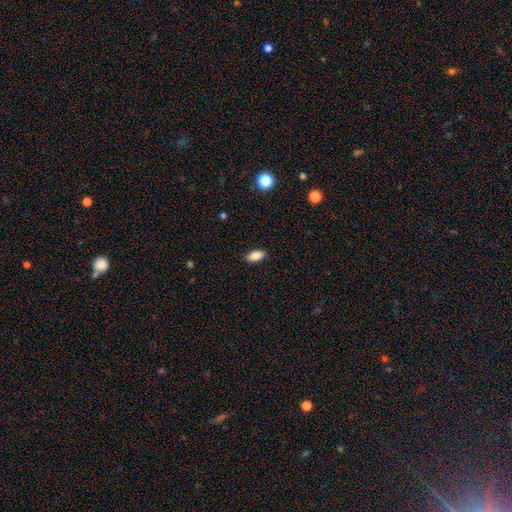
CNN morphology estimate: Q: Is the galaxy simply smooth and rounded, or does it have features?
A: smooth — 87%.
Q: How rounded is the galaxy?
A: in between — 88%.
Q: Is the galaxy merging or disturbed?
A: none — 89%.